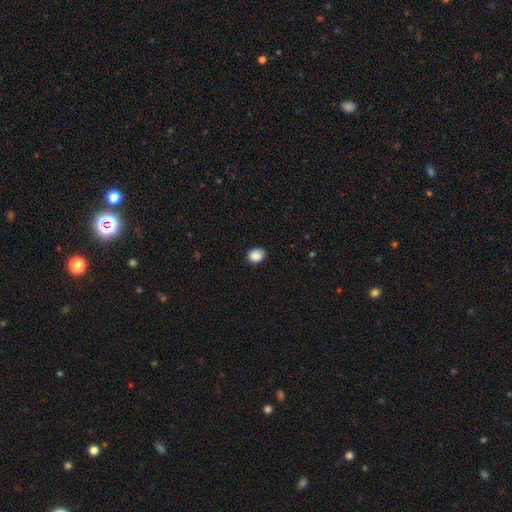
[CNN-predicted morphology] A smooth galaxy with no disk features (88%) that is round (50%, tied with in between). Merging: none (82%).